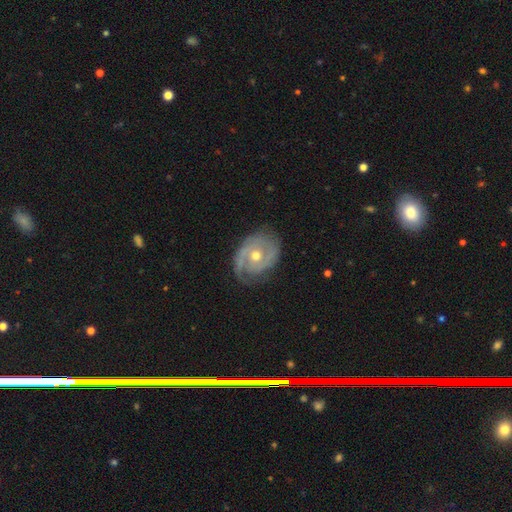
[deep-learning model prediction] The model was most divided on "spiral winding": tight: 56%, medium: 33%, loose: 10%. More confident: edge-on disk — no (97%); spiral arms — yes (94%); smooth or featured — featured or disk (86%); bar — no (71%); bulge size — moderate (71%); merging — none (71%); spiral arm count — 2 (53%).